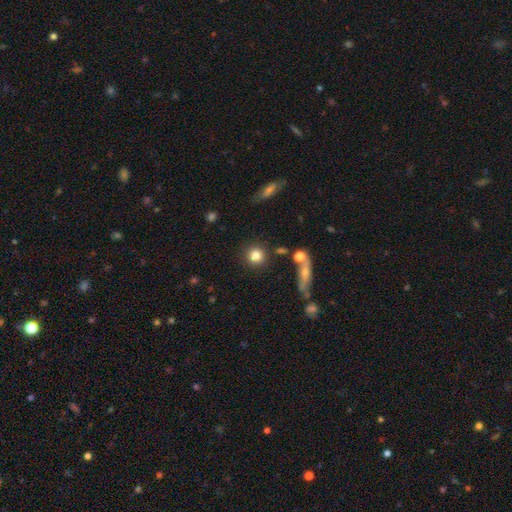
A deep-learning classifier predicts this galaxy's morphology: A smooth galaxy with no disk features (82%) that is round (91%).

Vote fractions:
- Smooth or featured? smooth: 82% / star or artifact: 10% / featured or disk: 8%
- How rounded? round: 91% / in between: 8% / cigar-shaped: 2%
- Merging? none: 84% / minor disturbance: 8% / merger: 5% / major disturbance: 3%